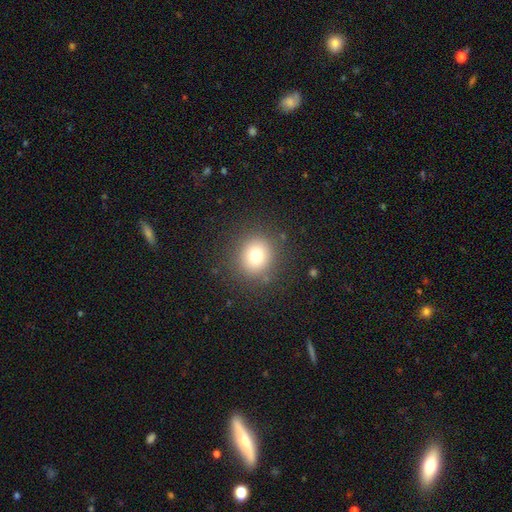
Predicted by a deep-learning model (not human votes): Smooth or featured? Predicted: smooth (p=0.76). How rounded? Predicted: round (p=0.84). Merging? Predicted: none (p=0.87).